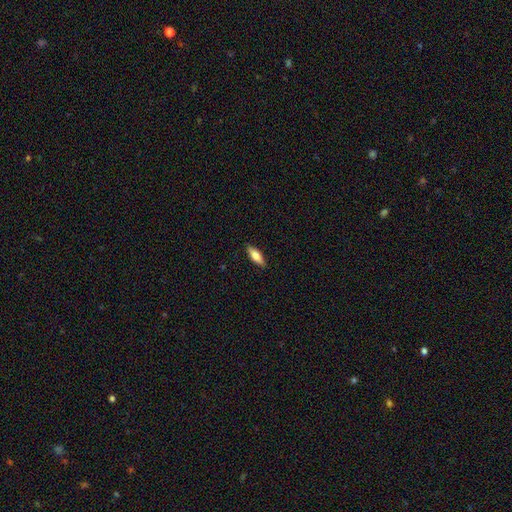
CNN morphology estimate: Smooth or featured: smooth — 71% (featured or disk — 23%)
How rounded: in between — 55% (cigar-shaped — 43%)
Merging: none — 89% (minor disturbance — 8%)